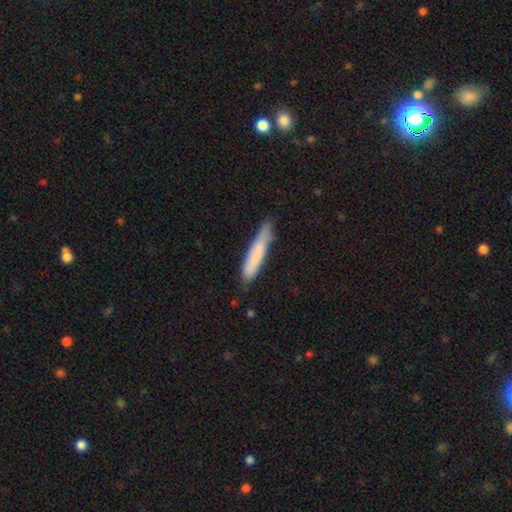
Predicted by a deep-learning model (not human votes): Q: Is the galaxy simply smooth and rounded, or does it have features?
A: smooth — 78%.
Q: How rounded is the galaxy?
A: cigar-shaped — 92%.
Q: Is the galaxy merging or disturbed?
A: none — 77%.